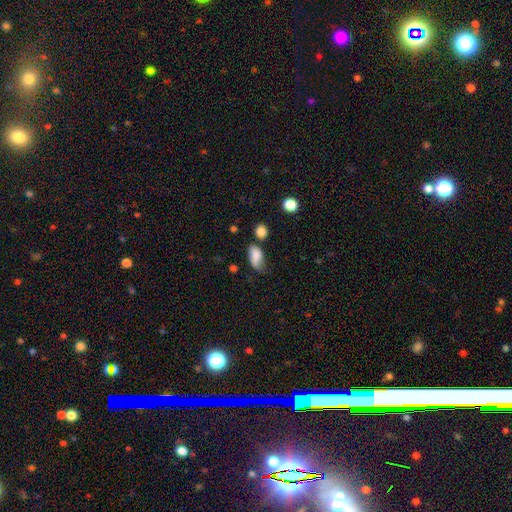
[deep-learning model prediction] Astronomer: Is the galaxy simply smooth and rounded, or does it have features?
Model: smooth — 80%.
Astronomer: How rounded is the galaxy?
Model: in between — 88%.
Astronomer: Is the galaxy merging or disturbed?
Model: none — 39% (runner-up: minor disturbance, 36%).